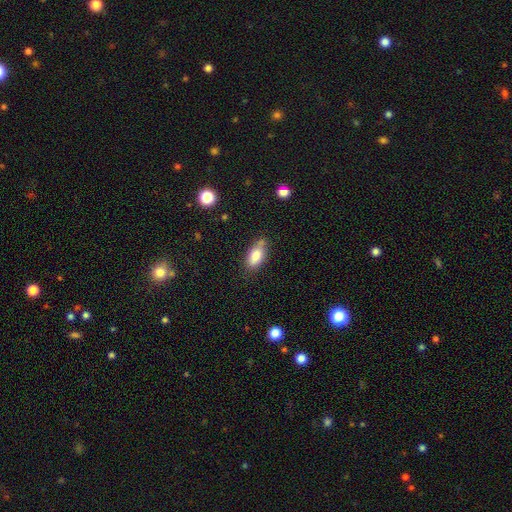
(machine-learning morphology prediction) The model was most divided on "merging": none: 66%, minor disturbance: 21%, merger: 9%, major disturbance: 4%. More confident: how rounded — in between (87%); smooth or featured — smooth (80%).